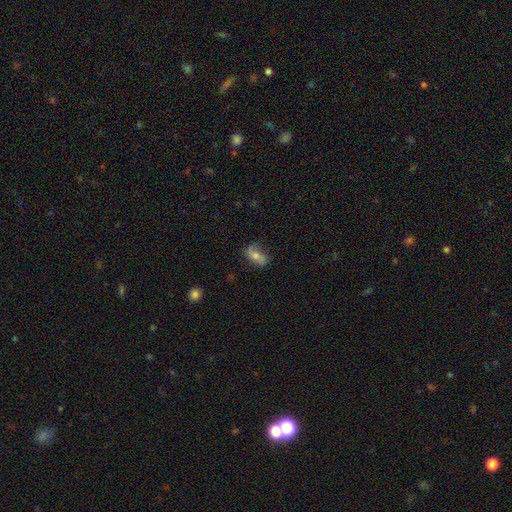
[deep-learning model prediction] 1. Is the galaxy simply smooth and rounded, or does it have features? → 56% smooth, 34% featured or disk, 10% star or artifact.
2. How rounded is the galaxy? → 83% in between, 9% round, 8% cigar-shaped.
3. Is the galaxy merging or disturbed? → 70% none, 22% minor disturbance, 6% major disturbance, 2% merger.